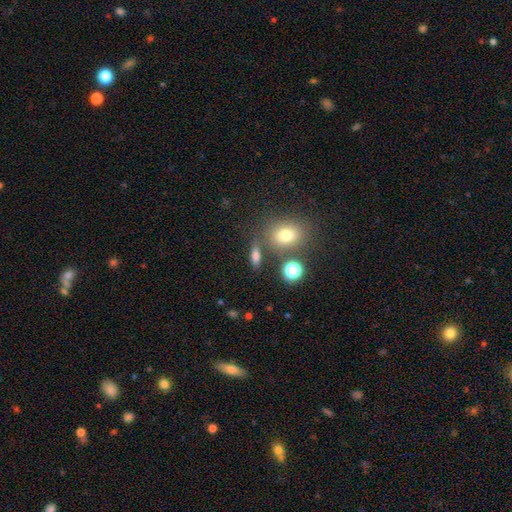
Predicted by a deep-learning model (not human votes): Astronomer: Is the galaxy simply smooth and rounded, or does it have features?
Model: smooth — 72%.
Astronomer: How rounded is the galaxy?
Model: in between — 52% (runner-up: cigar-shaped, 28%).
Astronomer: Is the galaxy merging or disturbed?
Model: none — 72%.